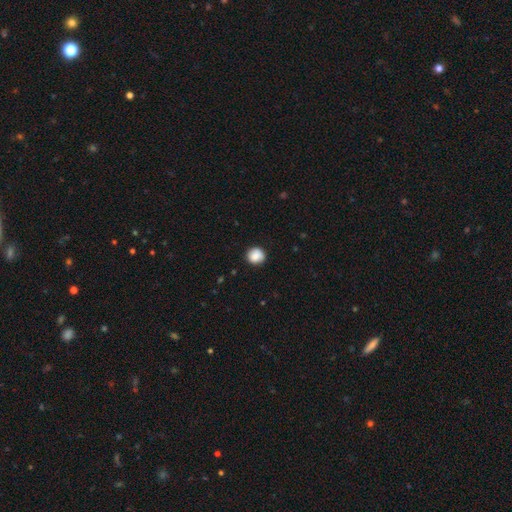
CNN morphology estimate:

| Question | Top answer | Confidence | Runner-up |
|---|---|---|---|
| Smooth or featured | smooth | 85% | star or artifact (9%) |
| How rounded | round | 89% | in between (10%) |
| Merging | none | 84% | minor disturbance (12%) |